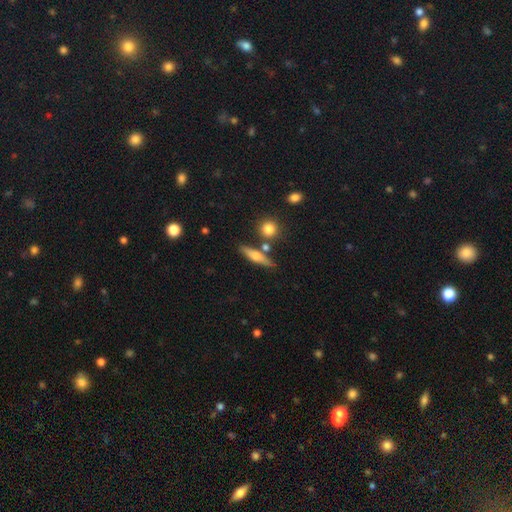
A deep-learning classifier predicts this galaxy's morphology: smooth 50%, featured or disk 42%, star or artifact 8%. Down the decision tree: merging — none (77%).